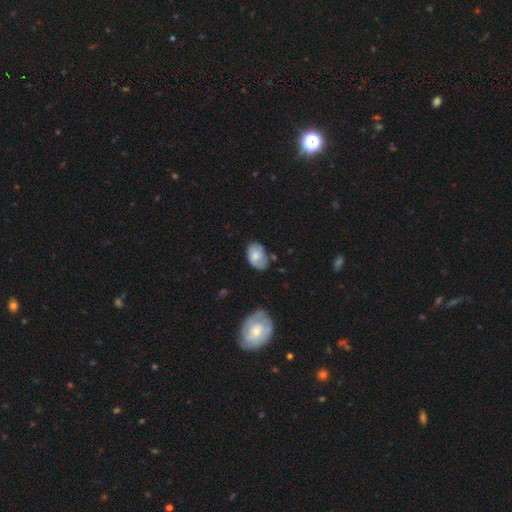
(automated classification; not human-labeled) This is likely a smooth galaxy (62%). How rounded: clearly in between (84%). Merging: possibly none (60%).